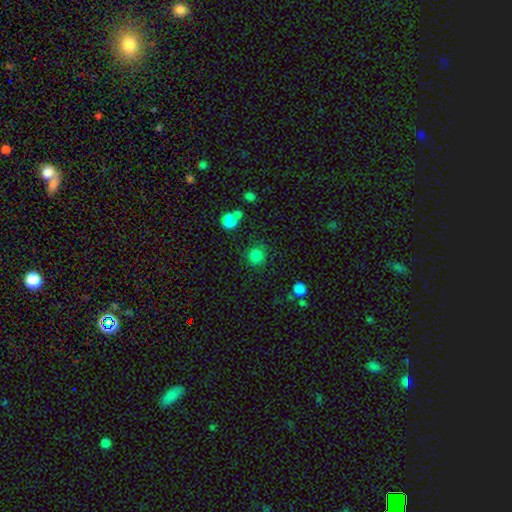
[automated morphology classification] smooth 83%, star or artifact 13%, featured or disk 4%. Down the decision tree: how rounded — round (90%); merging — none (83%).